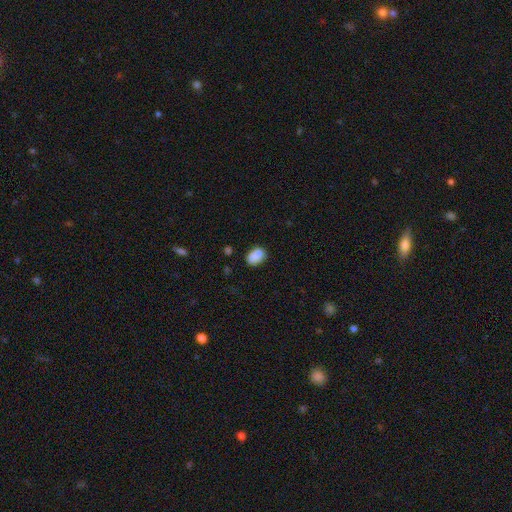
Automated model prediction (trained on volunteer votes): This is clearly a smooth galaxy (89%). How rounded: clearly in between (84%). Merging: clearly none (81%).